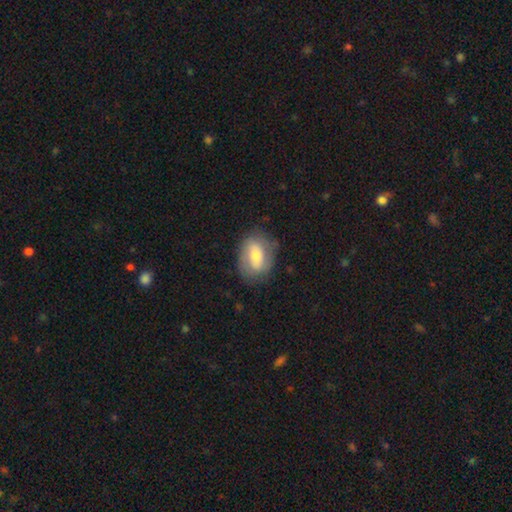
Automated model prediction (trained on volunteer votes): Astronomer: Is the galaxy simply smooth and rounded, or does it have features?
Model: smooth — 51% (runner-up: featured or disk, 42%).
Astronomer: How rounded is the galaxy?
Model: in between — 73%.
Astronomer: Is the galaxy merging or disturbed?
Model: none — 74%.